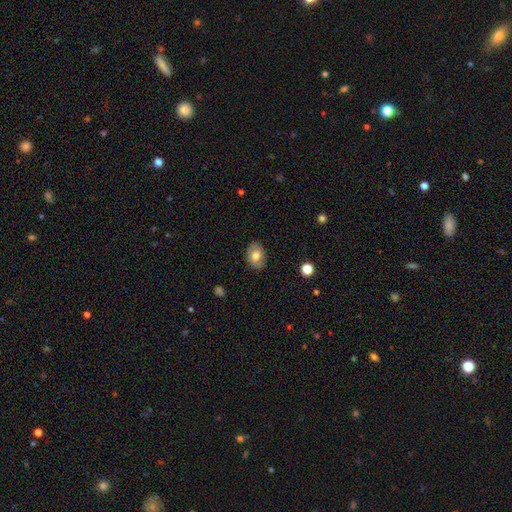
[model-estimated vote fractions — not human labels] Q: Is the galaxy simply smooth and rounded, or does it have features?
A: smooth — 67%.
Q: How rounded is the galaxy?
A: in between — 73%.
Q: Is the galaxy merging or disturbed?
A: none — 82%.